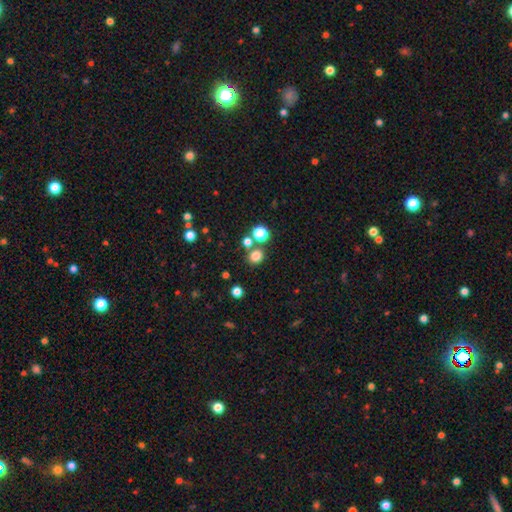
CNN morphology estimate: Smooth or featured? smooth (78%)
How rounded? round (82%)
Merging? none (73%)